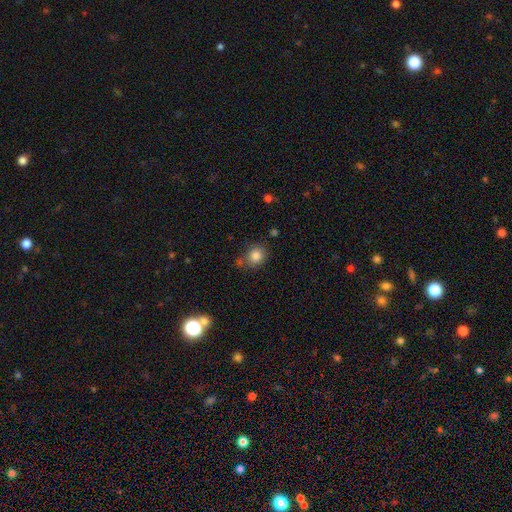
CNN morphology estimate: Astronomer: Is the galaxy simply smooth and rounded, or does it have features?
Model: smooth — 84%.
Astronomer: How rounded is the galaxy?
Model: round — 72%.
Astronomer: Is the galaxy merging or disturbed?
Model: none — 69%.